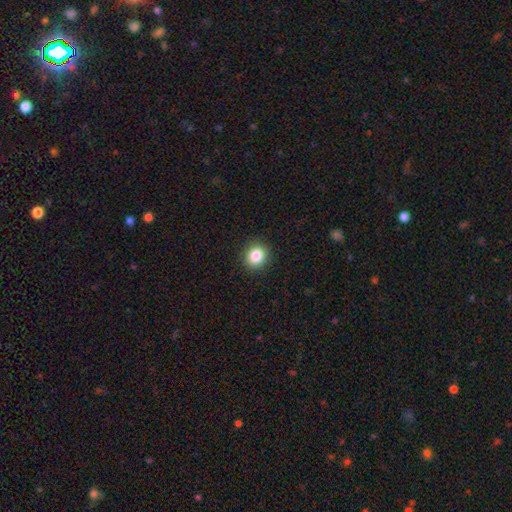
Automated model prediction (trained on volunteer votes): smooth_or_featured: smooth (p=0.85) [alt: star or artifact p=0.10]
how_rounded: round (p=0.74) [alt: in between p=0.25]
merging: none (p=0.91) [alt: minor disturbance p=0.07]